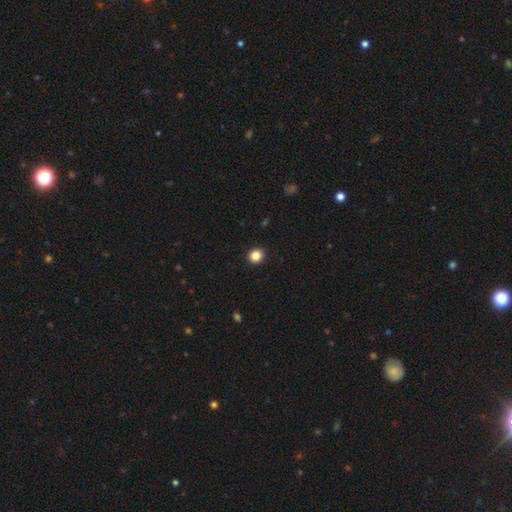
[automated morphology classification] smooth 86%, star or artifact 10%, featured or disk 4%. Down the decision tree: how rounded — round (87%); merging — none (93%).